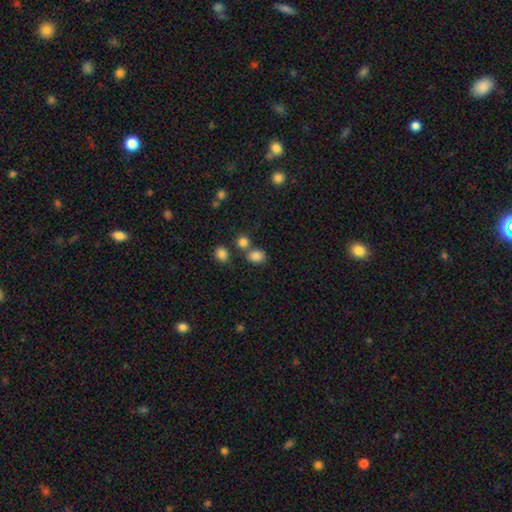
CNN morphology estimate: smooth-or-featured: smooth: 83% | star or artifact: 12% | featured or disk: 5%
  how-rounded: in between: 52% | round: 47% | cigar-shaped: 1%
  merging: none: 62% | merger: 22% | minor disturbance: 11% | major disturbance: 4%